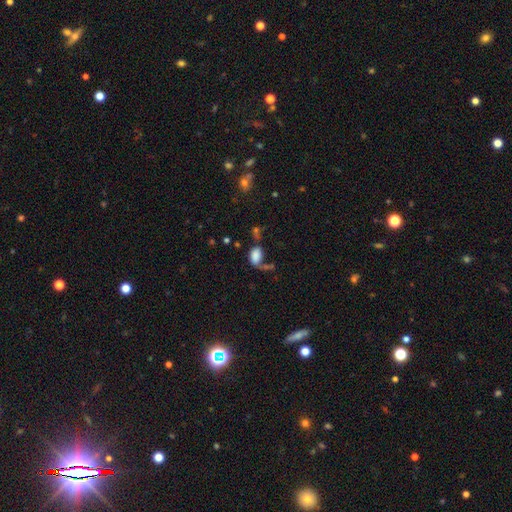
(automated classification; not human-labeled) smooth_or_featured: smooth (p=0.73) [alt: featured or disk p=0.16]
how_rounded: in between (p=0.86) [alt: round p=0.12]
merging: none (p=0.32) [alt: major disturbance p=0.27]